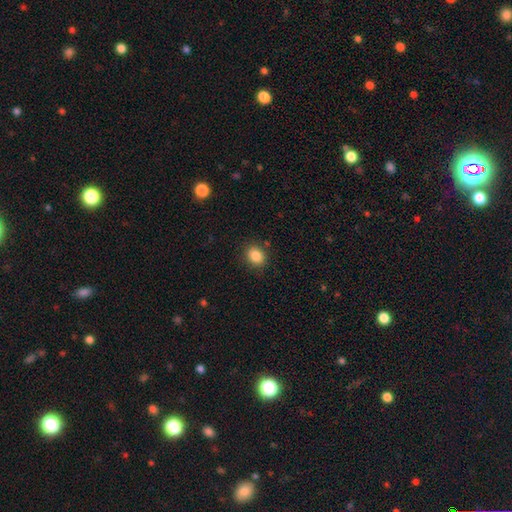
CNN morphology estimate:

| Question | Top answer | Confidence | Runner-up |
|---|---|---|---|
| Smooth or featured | smooth | 85% | star or artifact (10%) |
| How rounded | round | 56% | in between (43%) |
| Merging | none | 86% | minor disturbance (10%) |